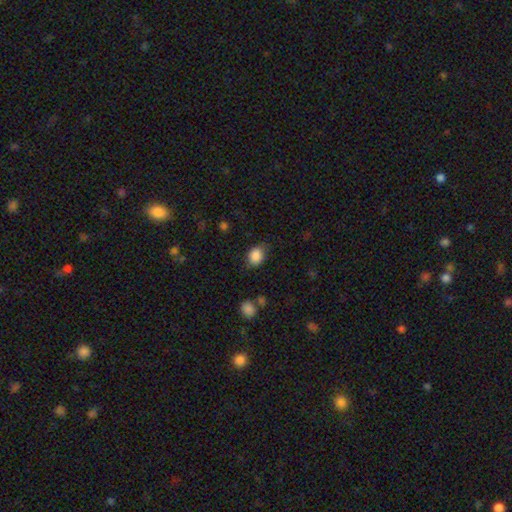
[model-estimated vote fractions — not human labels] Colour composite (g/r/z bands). It shows a smooth galaxy with no disk features (87%) that is in between round and cigar-shaped (58%). Merging: none (67%).